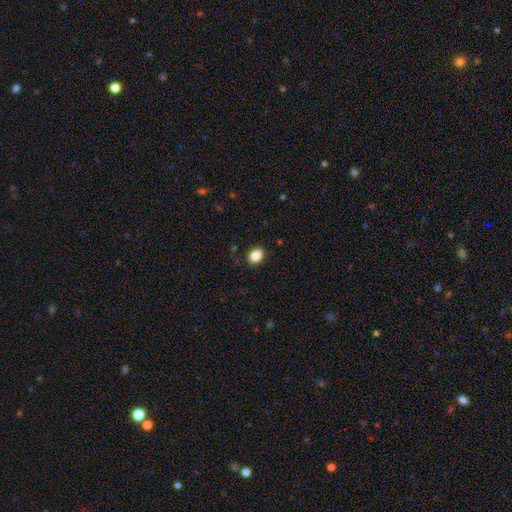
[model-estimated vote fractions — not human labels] A smooth galaxy with no disk features (86%) that is in between round and cigar-shaped (61%).

Vote fractions:
- Smooth or featured? smooth: 86% / star or artifact: 9% / featured or disk: 5%
- How rounded? in between: 61% / round: 38% / cigar-shaped: 1%
- Merging? none: 89% / minor disturbance: 8% / major disturbance: 2% / merger: 1%